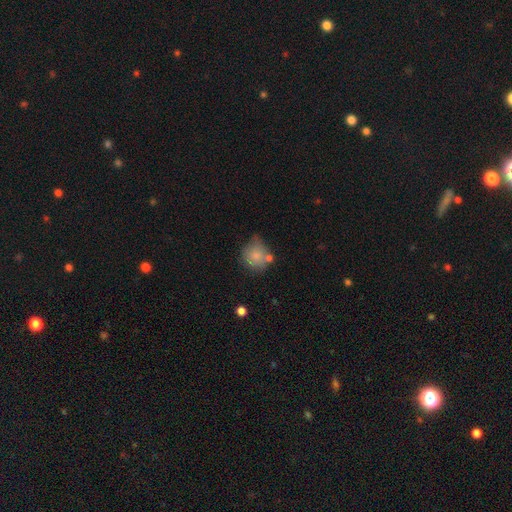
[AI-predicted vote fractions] smooth_or_featured: smooth (p=0.79) [alt: featured or disk p=0.13]
how_rounded: round (p=0.83) [alt: in between p=0.16]
merging: none (p=0.50) [alt: minor disturbance p=0.27]